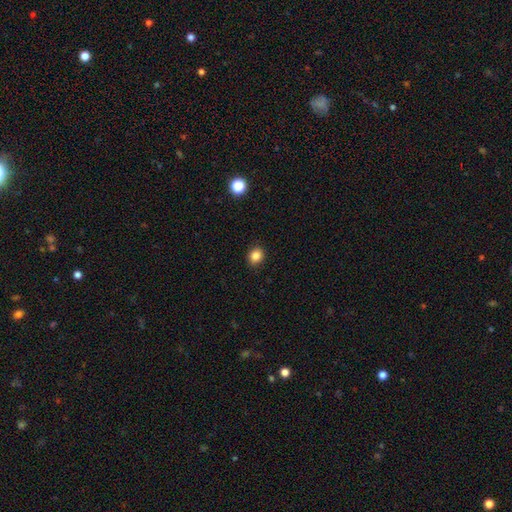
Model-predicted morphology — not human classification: This is clearly a smooth galaxy (84%). How rounded: likely round (72%). Merging: clearly none (90%).